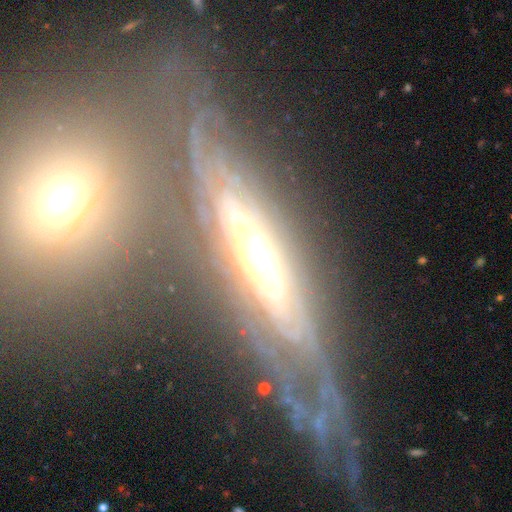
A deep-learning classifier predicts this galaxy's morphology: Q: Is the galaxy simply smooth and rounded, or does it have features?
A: featured or disk — 79%.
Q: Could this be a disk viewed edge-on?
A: no — 53%.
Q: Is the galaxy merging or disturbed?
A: none — 55%.